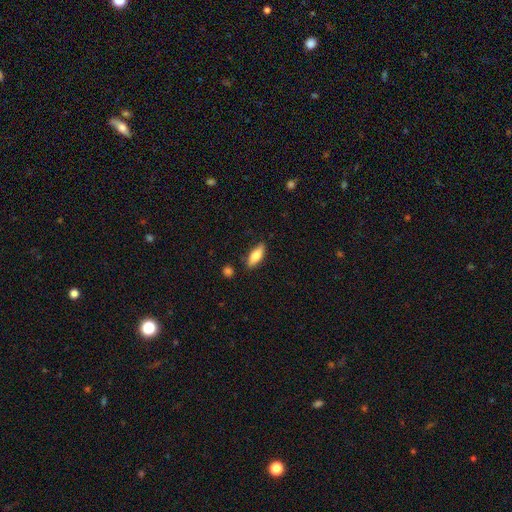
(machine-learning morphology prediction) Smooth or featured?
  - smooth: 77% *
  - featured or disk: 17%
  - star or artifact: 6%
How rounded?
  - in between: 70% *
  - cigar-shaped: 28%
  - round: 2%
Merging?
  - none: 81% *
  - minor disturbance: 13%
  - merger: 3%
  - major disturbance: 3%